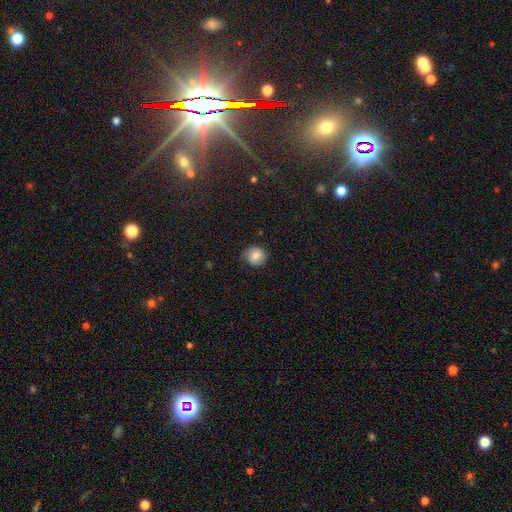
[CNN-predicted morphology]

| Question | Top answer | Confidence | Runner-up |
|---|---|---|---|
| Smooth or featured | smooth | 76% | featured or disk (14%) |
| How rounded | round | 84% | in between (15%) |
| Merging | none | 77% | minor disturbance (18%) |